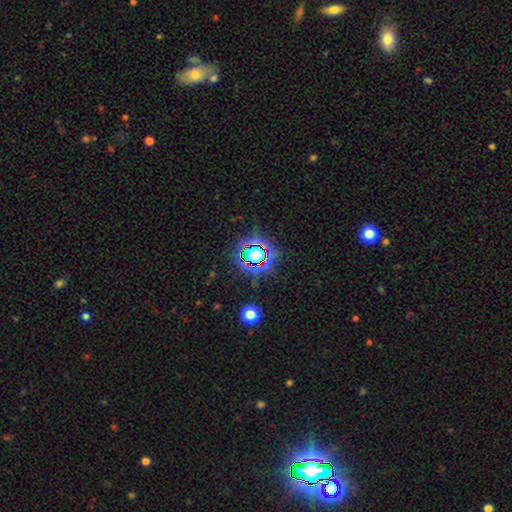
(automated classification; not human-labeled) A star or artifact, not a galaxy (78%).

Vote fractions:
- Smooth or featured? star or artifact: 78% / smooth: 13% / featured or disk: 9%